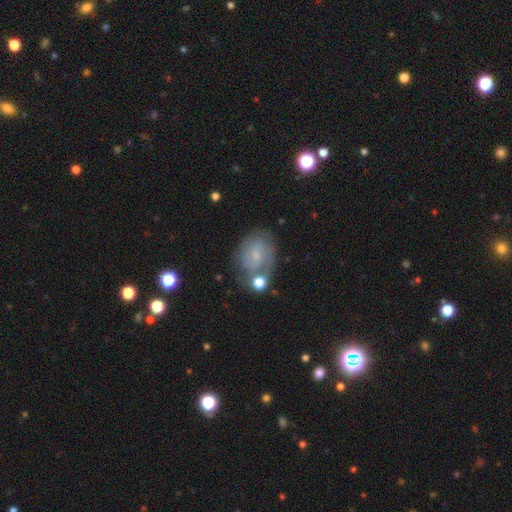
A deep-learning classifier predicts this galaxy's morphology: smooth_or_featured: featured or disk (p=0.54) [alt: smooth p=0.35]
disk_edge_on: no (p=0.97) [alt: yes p=0.03]
bar: no (p=0.51) [alt: weak p=0.42]
has_spiral_arms: yes (p=0.80) [alt: no p=0.20]
bulge_size: small (p=0.73) [alt: moderate p=0.16]
merging: none (p=0.59) [alt: minor disturbance p=0.20]